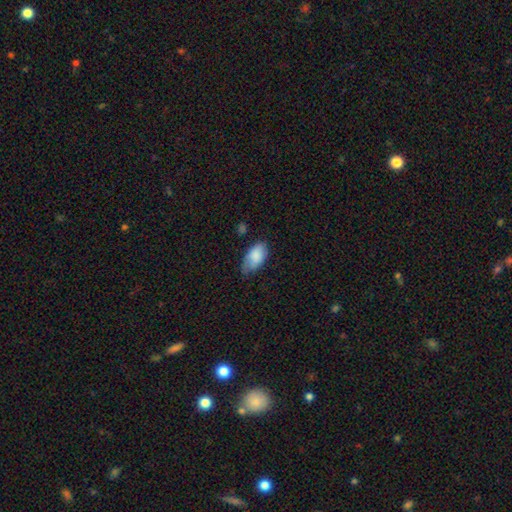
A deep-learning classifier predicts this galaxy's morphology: smooth_or_featured: smooth (p=0.83) [alt: featured or disk p=0.10]
how_rounded: in between (p=0.94) [alt: round p=0.04]
merging: none (p=0.54) [alt: minor disturbance p=0.36]